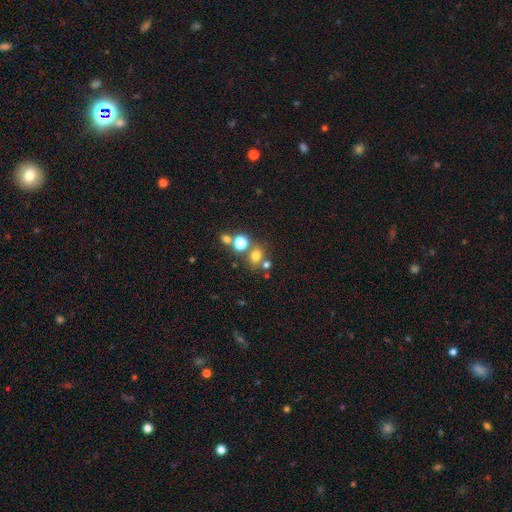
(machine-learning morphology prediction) A smooth galaxy with no disk features (69%) that is round (64%).

Vote fractions:
- Smooth or featured? smooth: 69% / star or artifact: 21% / featured or disk: 10%
- How rounded? round: 64% / in between: 35% / cigar-shaped: 1%
- Merging? none: 60% / merger: 25% / minor disturbance: 10% / major disturbance: 5%